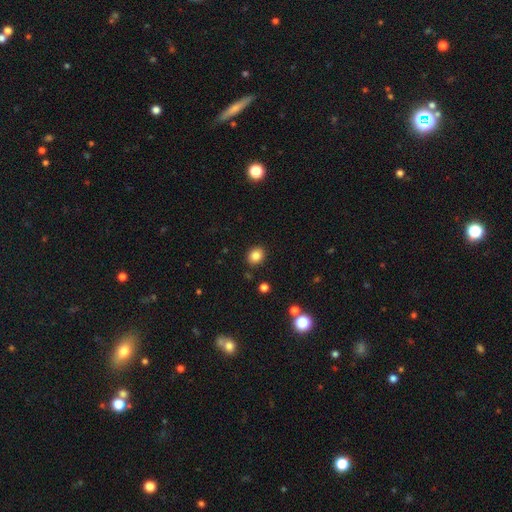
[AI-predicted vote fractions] smooth-or-featured: smooth: 84% | star or artifact: 11% | featured or disk: 5%
  how-rounded: round: 63% | in between: 36% | cigar-shaped: 1%
  merging: none: 88% | minor disturbance: 8% | major disturbance: 2% | merger: 2%